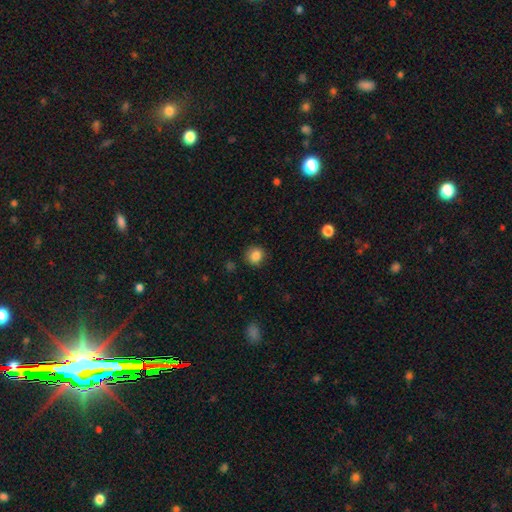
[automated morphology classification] Smooth or featured: smooth — 86% (star or artifact — 10%)
How rounded: round — 87% (in between — 12%)
Merging: none — 87% (minor disturbance — 9%)